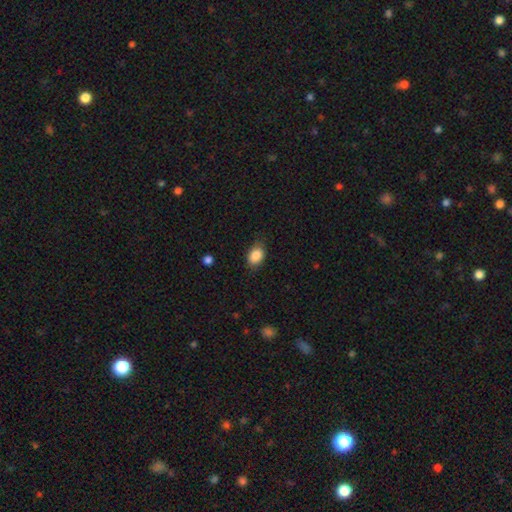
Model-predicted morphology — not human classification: The model was most divided on "merging": none: 77%, minor disturbance: 18%, major disturbance: 4%, merger: 1%. More confident: smooth or featured — smooth (87%); how rounded — in between (80%).